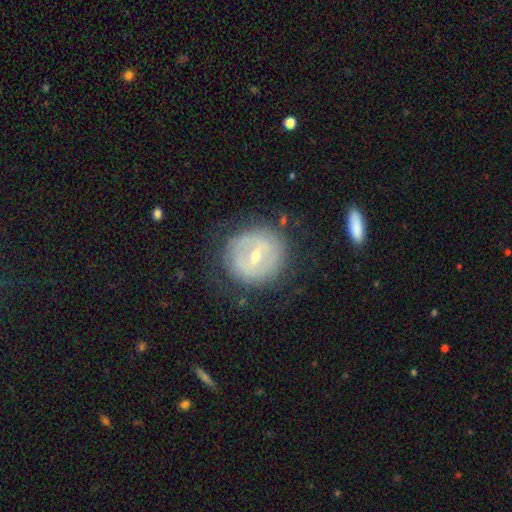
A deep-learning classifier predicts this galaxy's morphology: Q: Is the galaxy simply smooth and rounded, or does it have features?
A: featured or disk — 62%.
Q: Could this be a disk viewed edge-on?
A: no — 95%.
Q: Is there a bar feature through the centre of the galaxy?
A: weak — 48%.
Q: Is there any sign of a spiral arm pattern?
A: no — 62%.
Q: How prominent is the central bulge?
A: small — 49%.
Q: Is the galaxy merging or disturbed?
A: none — 74%.